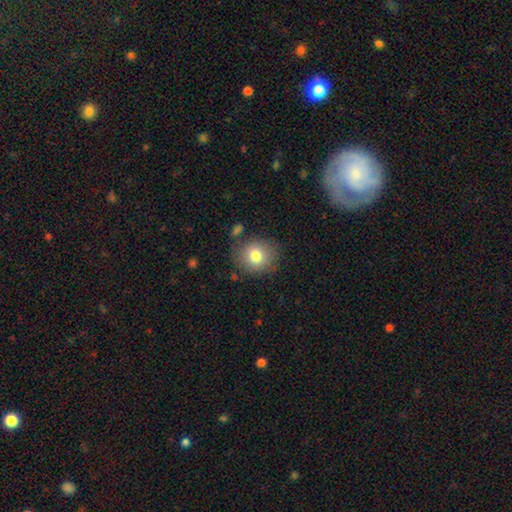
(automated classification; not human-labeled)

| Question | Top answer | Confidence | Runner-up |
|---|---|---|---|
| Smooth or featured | smooth | 78% | featured or disk (12%) |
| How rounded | round | 80% | in between (20%) |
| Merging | none | 79% | minor disturbance (13%) |